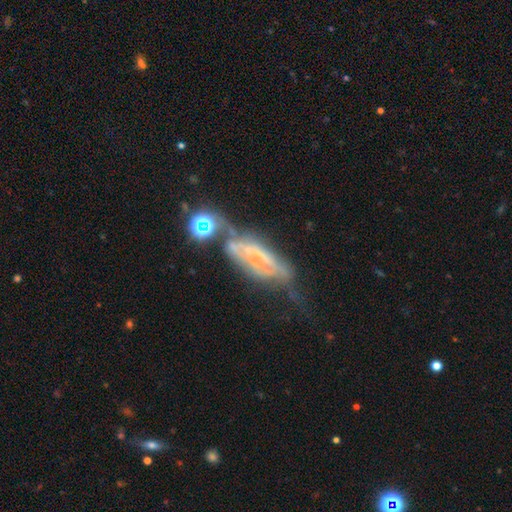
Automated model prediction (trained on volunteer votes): Q: Smooth or featured?
A: featured or disk (65%); runner-up: smooth (21%)
Q: Edge-on disk?
A: no (63%); runner-up: yes (37%)
Q: Merging?
A: major disturbance (29%); runner-up: none (28%)